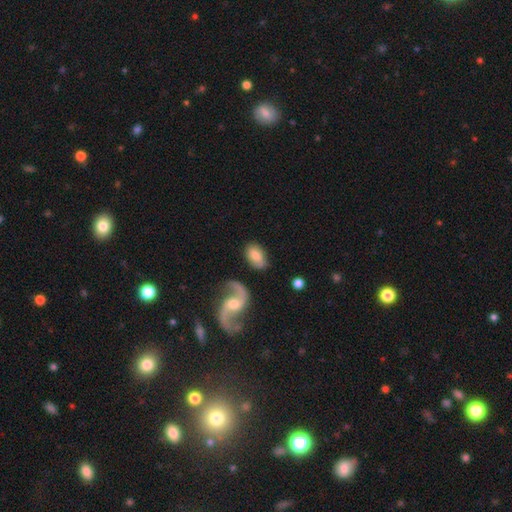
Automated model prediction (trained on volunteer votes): smooth 63%, featured or disk 30%, star or artifact 7%. Down the decision tree: how rounded — in between (89%); merging — none (63%).